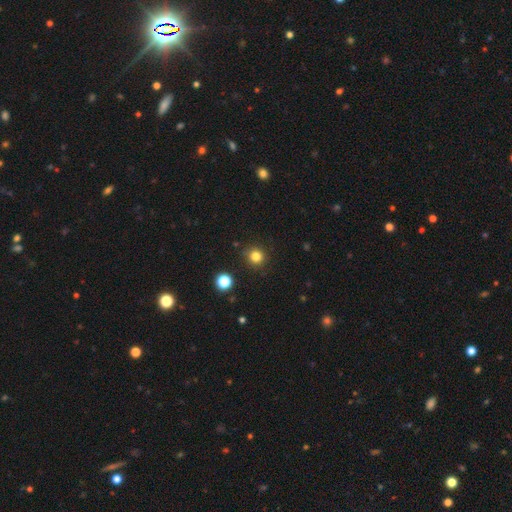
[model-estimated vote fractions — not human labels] Smooth or featured? smooth (82%)
How rounded? round (92%)
Merging? none (89%)